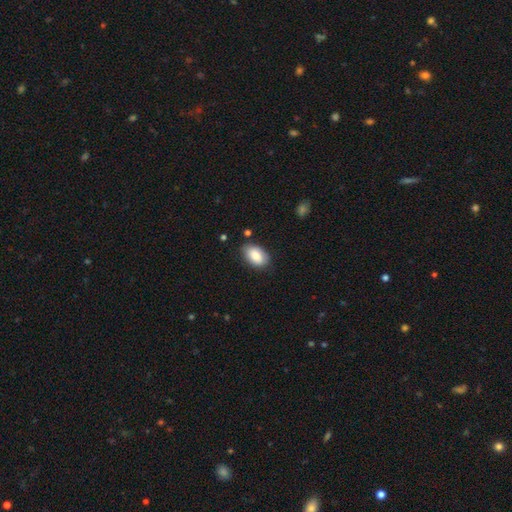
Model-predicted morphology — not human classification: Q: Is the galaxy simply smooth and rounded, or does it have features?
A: smooth — 84%.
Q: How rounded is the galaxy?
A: in between — 92%.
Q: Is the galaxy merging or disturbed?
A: none — 79%.